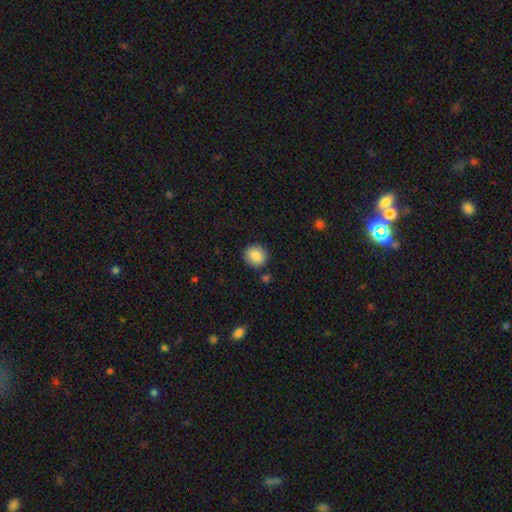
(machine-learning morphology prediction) Smooth or featured? Predicted: smooth (p=0.87). How rounded? Predicted: round (p=0.88). Merging? Predicted: none (p=0.87).